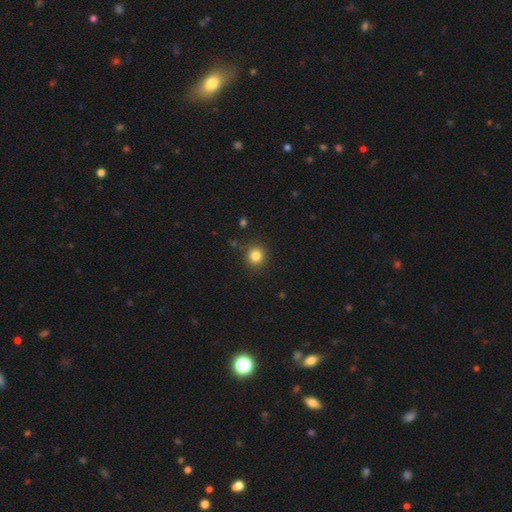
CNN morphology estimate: A smooth galaxy with no disk features (83%) that is round (90%).

Vote fractions:
- Smooth or featured? smooth: 83% / star or artifact: 12% / featured or disk: 5%
- How rounded? round: 90% / in between: 9% / cigar-shaped: 1%
- Merging? none: 88% / minor disturbance: 8% / major disturbance: 2% / merger: 2%